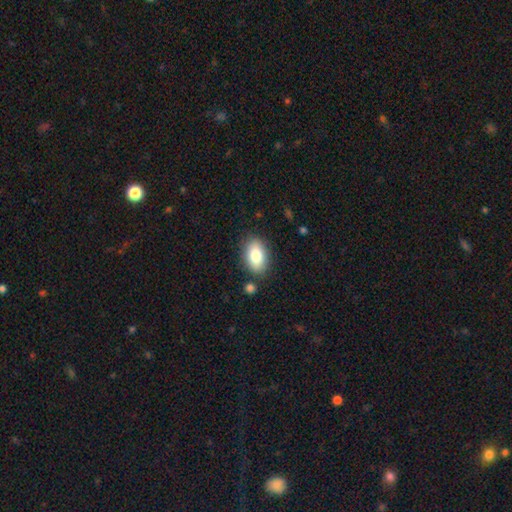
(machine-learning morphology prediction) The model was most divided on "merging": none: 82%, minor disturbance: 11%, merger: 4%, major disturbance: 3%. More confident: how rounded — in between (91%); smooth or featured — smooth (82%).